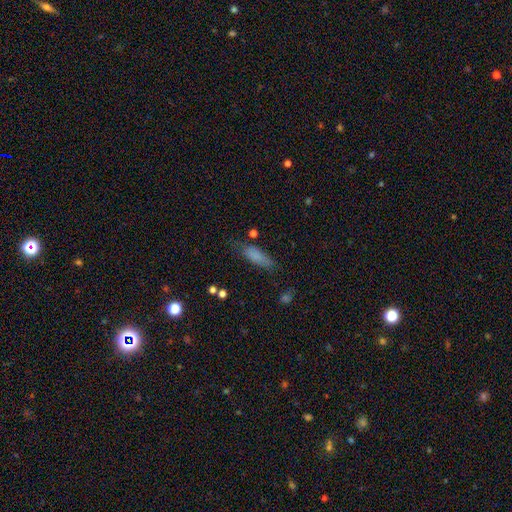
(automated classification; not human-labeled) Q: Smooth or featured?
A: smooth (80%); runner-up: featured or disk (11%)
Q: How rounded?
A: in between (56%); runner-up: cigar-shaped (42%)
Q: Merging?
A: none (67%); runner-up: minor disturbance (23%)